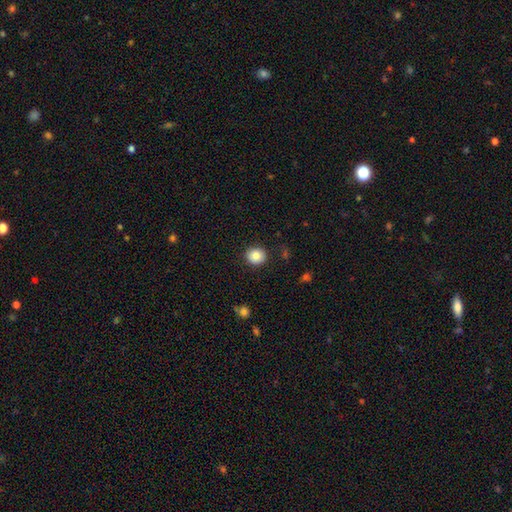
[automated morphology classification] Smooth or featured: smooth — 85% (star or artifact — 9%)
How rounded: round — 82% (in between — 17%)
Merging: none — 88% (minor disturbance — 8%)